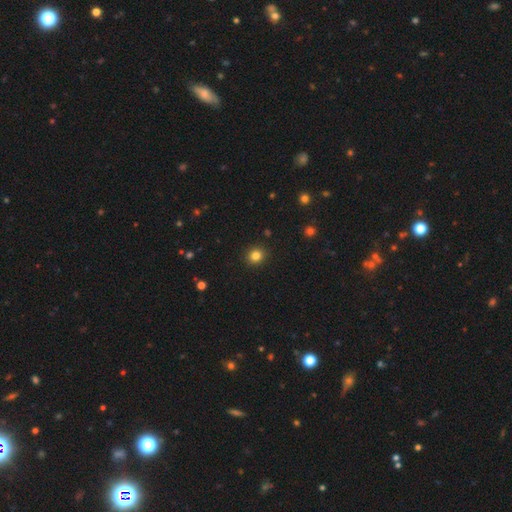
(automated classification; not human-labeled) smooth-or-featured: smooth: 82% | star or artifact: 12% | featured or disk: 5%
  how-rounded: round: 84% | in between: 16% | cigar-shaped: 1%
  merging: none: 91% | minor disturbance: 6% | major disturbance: 2% | merger: 1%